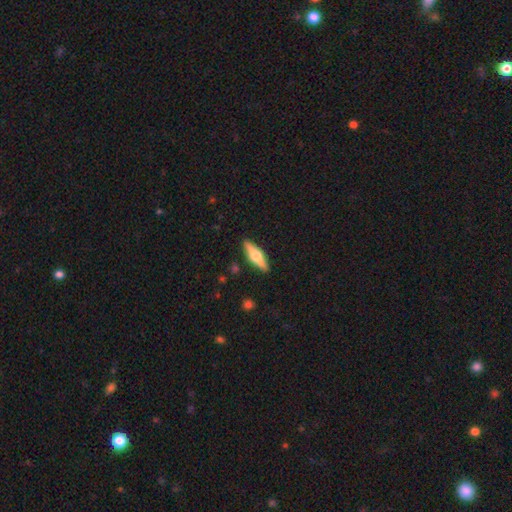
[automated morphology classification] smooth-or-featured: featured or disk: 58% | smooth: 36% | star or artifact: 6%
  disk-edge-on: yes: 95% | no: 5%
    edge-on-bulge: rounded: 94% | boxy: 4% | none: 2%
  merging: none: 90% | minor disturbance: 7% | major disturbance: 2% | merger: 1%